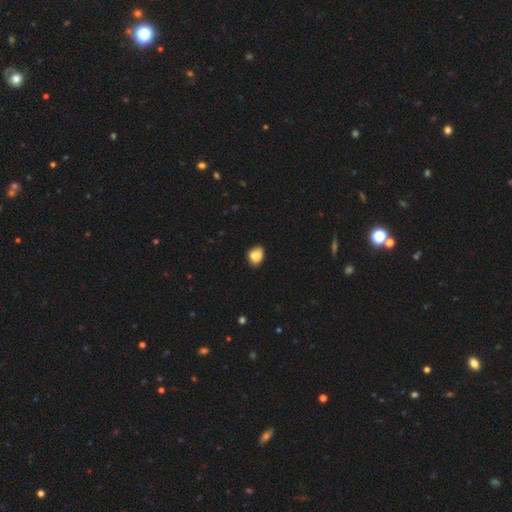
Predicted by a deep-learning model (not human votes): Morphology: type=smooth (82%); roundness=in between (56%); merging=none (62%).